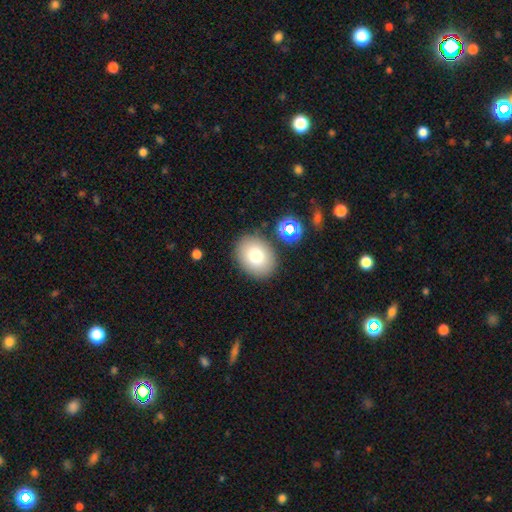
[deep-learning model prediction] smooth 78%, featured or disk 11%, star or artifact 11%. Down the decision tree: how rounded — in between (54%); merging — none (84%).